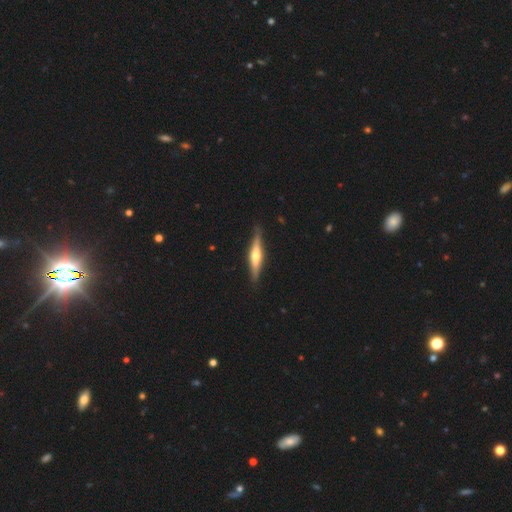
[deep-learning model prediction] Smooth or featured: featured or disk — 66% (smooth — 29%)
Edge-on disk: yes — 97% (no — 3%)
Edge-on bulge: rounded — 86% (boxy — 9%)
Merging: none — 88% (minor disturbance — 9%)